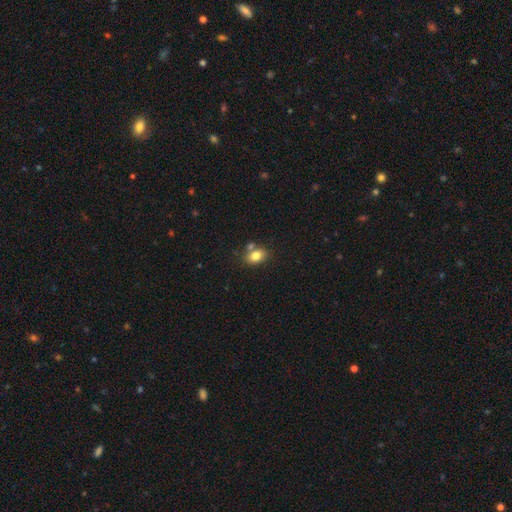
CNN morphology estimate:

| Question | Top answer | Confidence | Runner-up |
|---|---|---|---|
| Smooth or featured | smooth | 80% | featured or disk (11%) |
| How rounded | in between | 76% | round (23%) |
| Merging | none | 65% | merger (19%) |